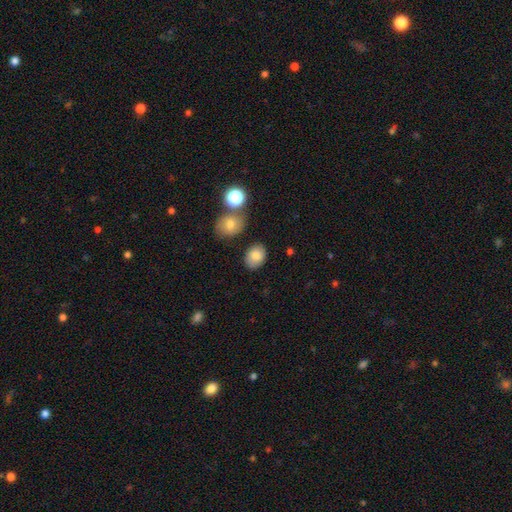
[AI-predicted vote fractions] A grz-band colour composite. It shows a smooth galaxy with no disk features (83%) that is in between round and cigar-shaped (68%). Merging: none (80%).